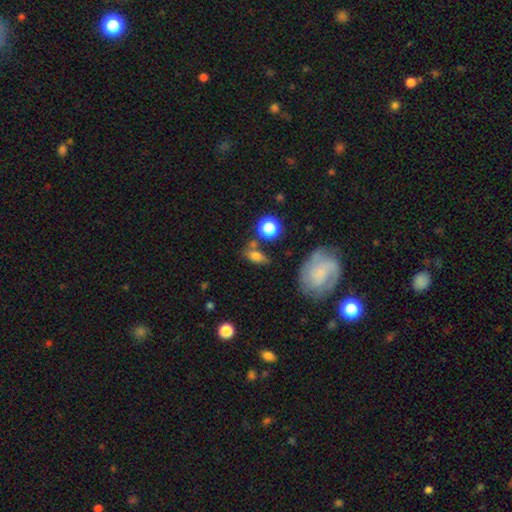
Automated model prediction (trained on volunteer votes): Overall: smooth (71%). How rounded: in between (71%). Merging: none (62%).